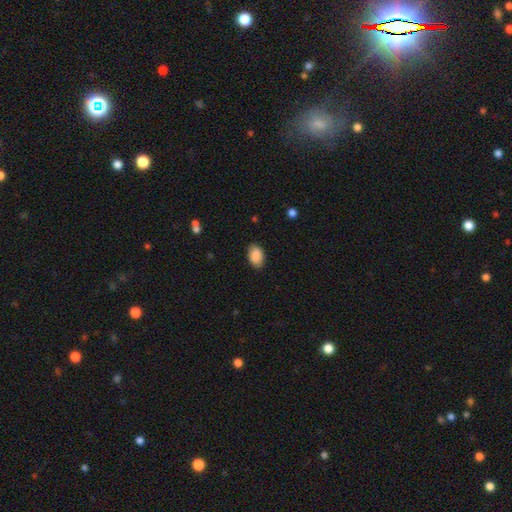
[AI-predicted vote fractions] This is clearly a smooth galaxy (90%). How rounded: clearly in between (91%). Merging: clearly none (86%).